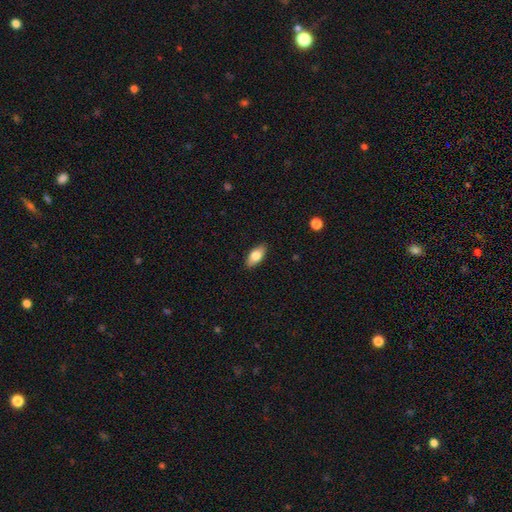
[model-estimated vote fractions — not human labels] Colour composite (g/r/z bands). It shows a smooth galaxy with no disk features (79%) that is in between round and cigar-shaped (89%). Merging: none (87%).